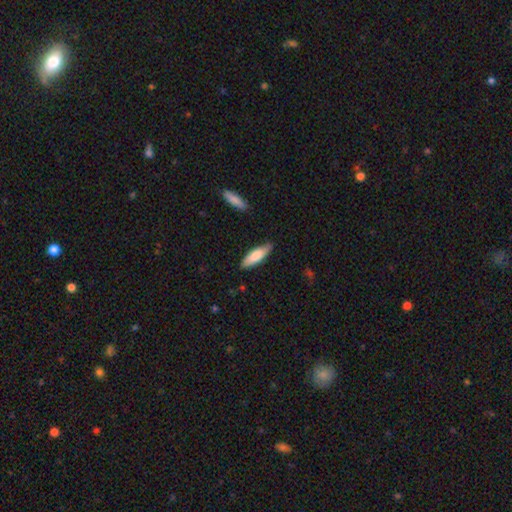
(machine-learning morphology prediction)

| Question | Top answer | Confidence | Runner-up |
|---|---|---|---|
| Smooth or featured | smooth | 78% | featured or disk (16%) |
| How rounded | cigar-shaped | 50% | in between (49%) |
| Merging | none | 84% | minor disturbance (12%) |